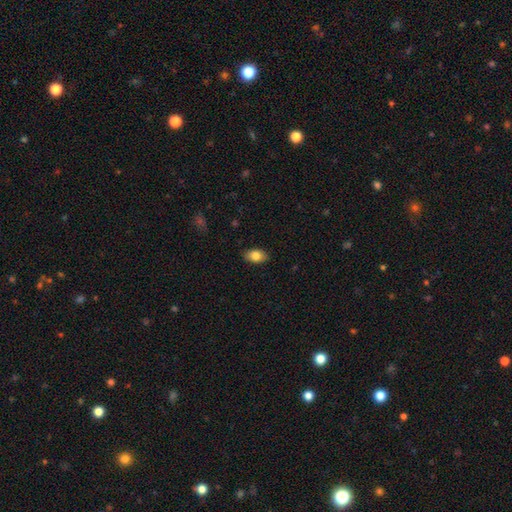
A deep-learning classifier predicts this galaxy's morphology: Overall: smooth (82%). How rounded: in between (89%). Merging: none (87%).